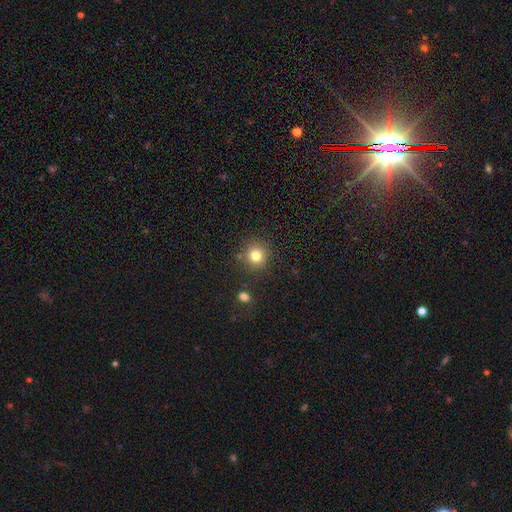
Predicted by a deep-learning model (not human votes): A smooth galaxy with no disk features (80%) that is round (92%). Merging: none (84%).